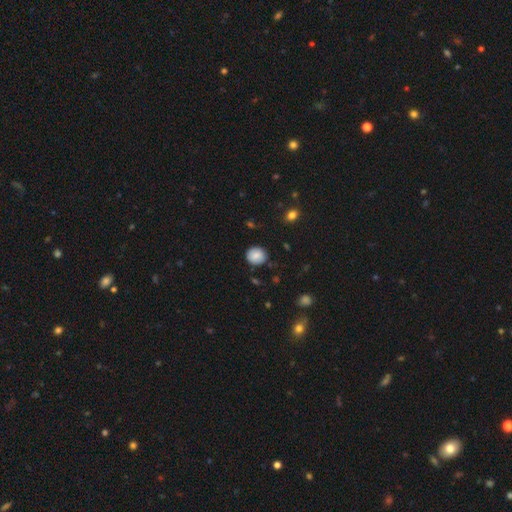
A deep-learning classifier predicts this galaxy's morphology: Smooth or featured? smooth (84%)
How rounded? round (83%)
Merging? none (84%)